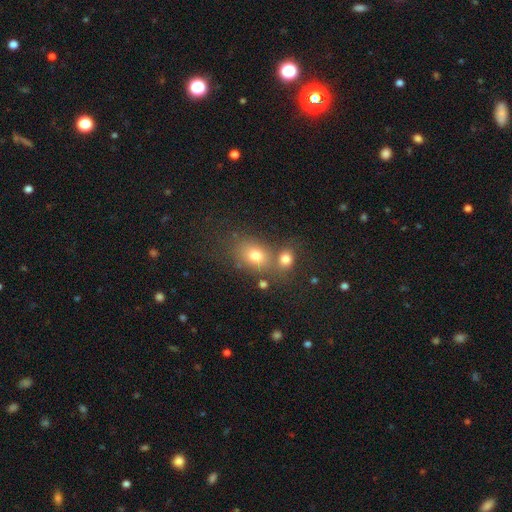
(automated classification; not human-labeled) This appears to be a smooth galaxy with no disk features (73%) that is in between round and cigar-shaped (59%). Merging: none (48%).